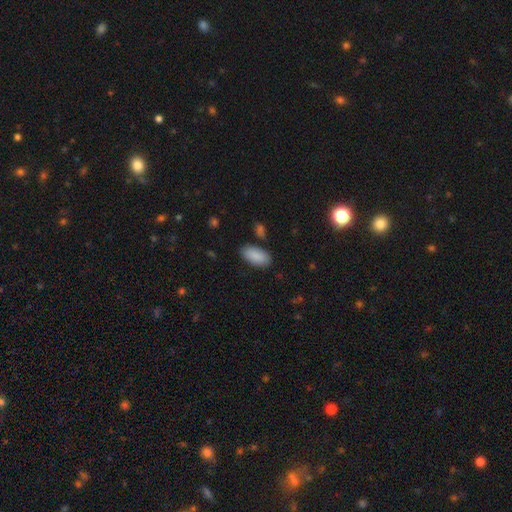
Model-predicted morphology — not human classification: smooth-or-featured: smooth: 89% | star or artifact: 6% | featured or disk: 5%
  how-rounded: in between: 92% | cigar-shaped: 6% | round: 2%
  merging: none: 85% | minor disturbance: 10% | merger: 3% | major disturbance: 3%